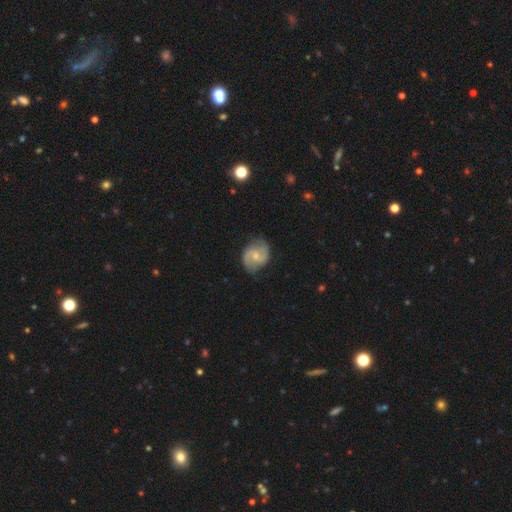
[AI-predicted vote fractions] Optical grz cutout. It shows a featured or disk galaxy (76%) with a weak bar (49%), 2 (89%) medium (52%) spiral arms (94%) and a small central bulge (52%). Merging: none (77%).